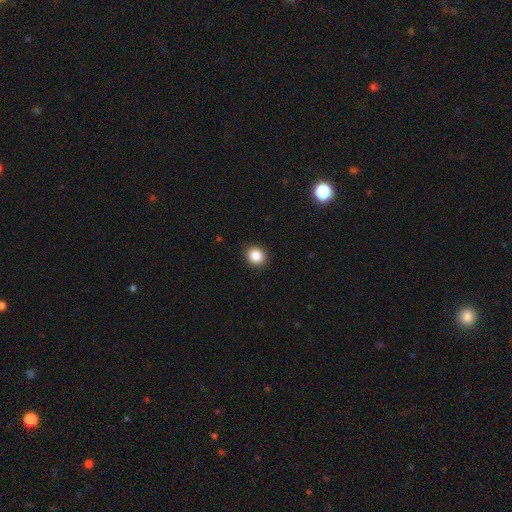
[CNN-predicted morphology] Overall: smooth (87%). How rounded: round (79%). Merging: none (91%).